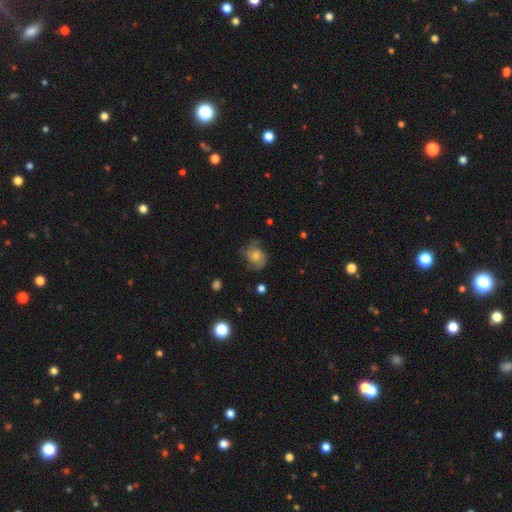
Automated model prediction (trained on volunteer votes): This appears to be a featured or disk galaxy (68%) with no bar (66%), 2 (55%) medium (49%) spiral arms (92%) and a moderate central bulge (46%). Merging: none (64%).